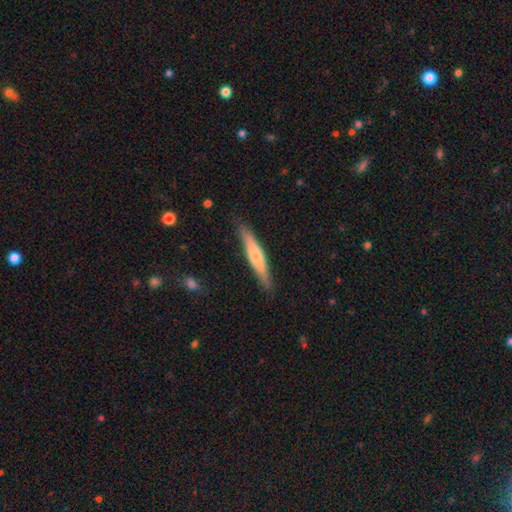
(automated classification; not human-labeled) The model was most divided on "smooth or featured": smooth: 52%, featured or disk: 43%, star or artifact: 6%. More confident: how rounded — cigar-shaped (88%); merging — none (85%).